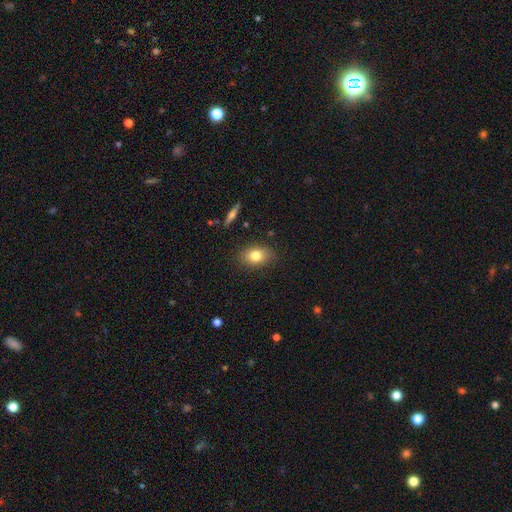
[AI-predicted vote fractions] A smooth galaxy with no disk features (78%) that is in between round and cigar-shaped (78%).

Vote fractions:
- Smooth or featured? smooth: 78% / featured or disk: 13% / star or artifact: 9%
- How rounded? in between: 78% / round: 19% / cigar-shaped: 2%
- Merging? none: 84% / minor disturbance: 12% / major disturbance: 3% / merger: 2%